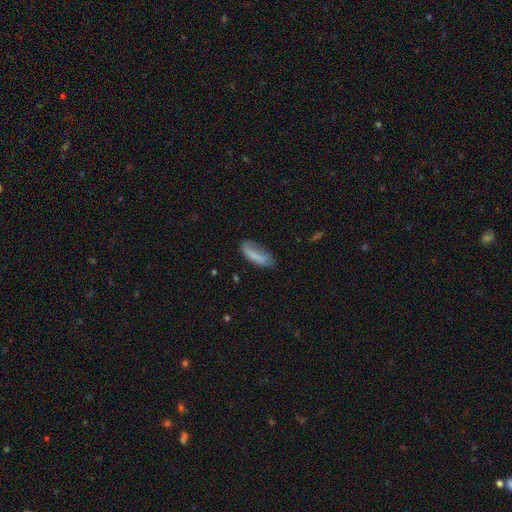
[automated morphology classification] Smooth or featured?
  - smooth: 75% *
  - featured or disk: 18%
  - star or artifact: 8%
How rounded?
  - in between: 55% *
  - cigar-shaped: 43%
  - round: 2%
Merging?
  - none: 49% *
  - minor disturbance: 32%
  - major disturbance: 16%
  - merger: 3%